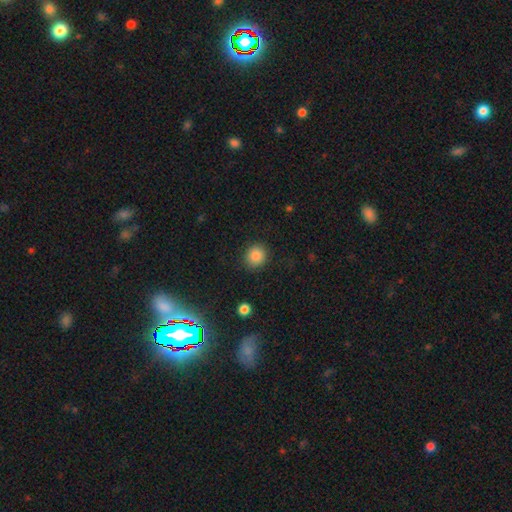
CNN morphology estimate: This is clearly a smooth galaxy (86%). How rounded: clearly round (83%). Merging: clearly none (89%).